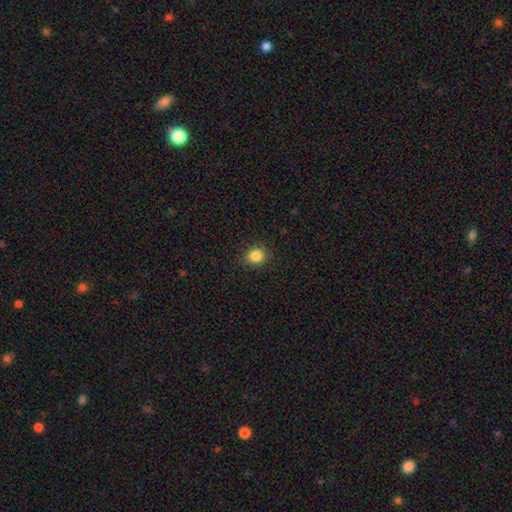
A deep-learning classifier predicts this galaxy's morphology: Smooth or featured? smooth (85%)
How rounded? round (80%)
Merging? none (89%)